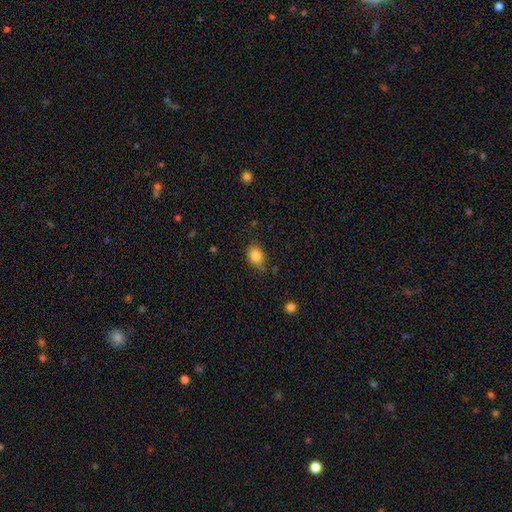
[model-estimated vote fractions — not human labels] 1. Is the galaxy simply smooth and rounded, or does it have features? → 85% smooth, 9% star or artifact, 6% featured or disk.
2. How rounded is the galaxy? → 58% in between, 41% round, 1% cigar-shaped.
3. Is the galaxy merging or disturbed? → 74% none, 19% minor disturbance, 4% major disturbance, 2% merger.